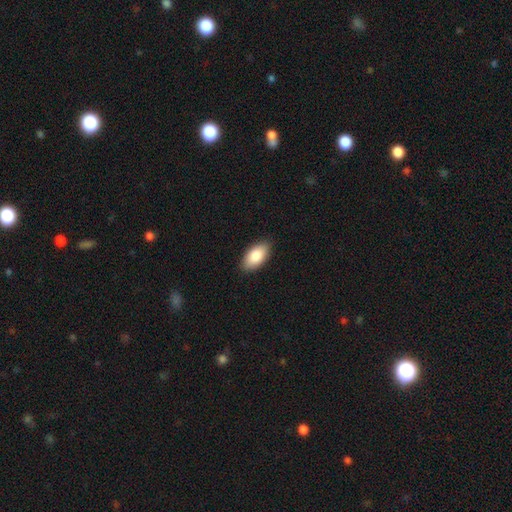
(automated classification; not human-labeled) Smooth or featured?
  - smooth: 87% *
  - featured or disk: 7%
  - star or artifact: 6%
How rounded?
  - in between: 94% *
  - cigar-shaped: 3%
  - round: 3%
Merging?
  - none: 88% *
  - minor disturbance: 10%
  - major disturbance: 2%
  - merger: 1%